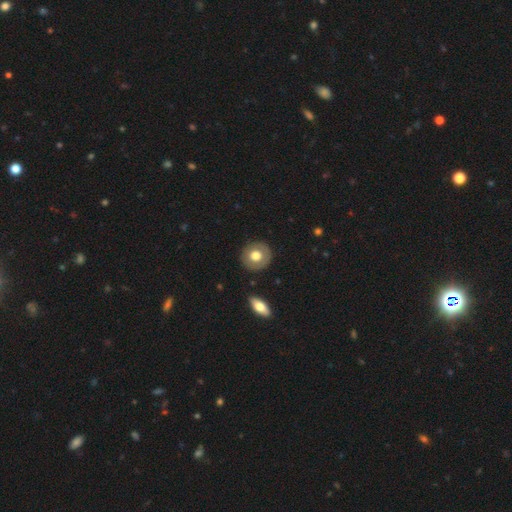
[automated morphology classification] Smooth or featured? Predicted: smooth (p=0.62). How rounded? Predicted: round (p=0.85). Merging? Predicted: none (p=0.87).